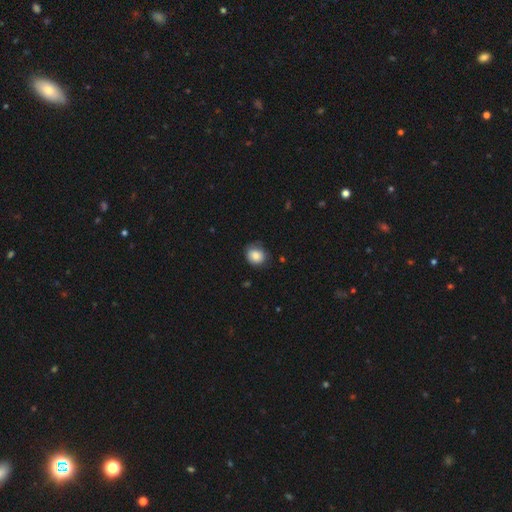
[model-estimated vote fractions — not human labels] smooth 84%, star or artifact 9%, featured or disk 8%. Down the decision tree: how rounded — round (70%); merging — none (70%).